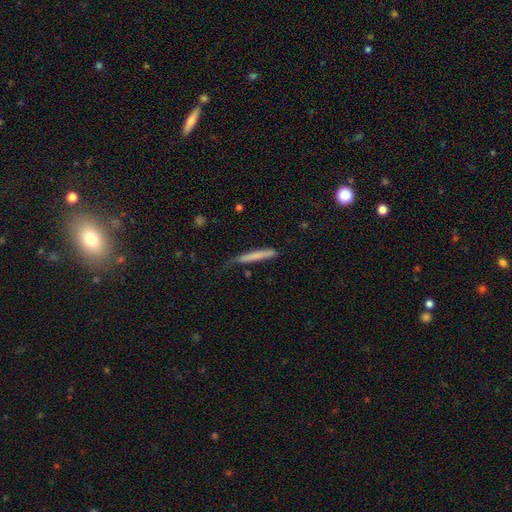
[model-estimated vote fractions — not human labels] Morphology: type=smooth (69%); roundness=cigar-shaped (95%); merging=none (59%).